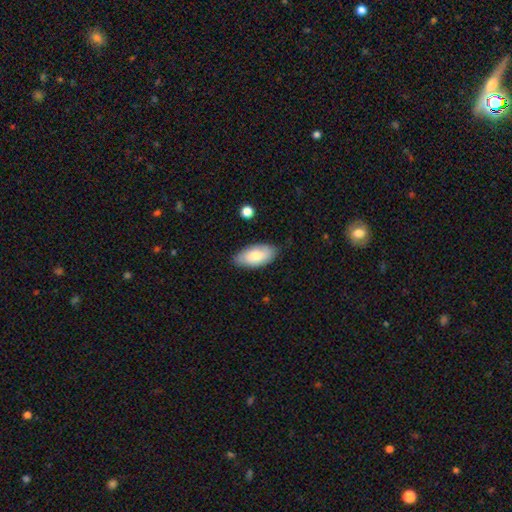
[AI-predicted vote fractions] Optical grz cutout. It shows a smooth galaxy with no disk features (76%) that is in between round and cigar-shaped (93%). Merging: none (81%).